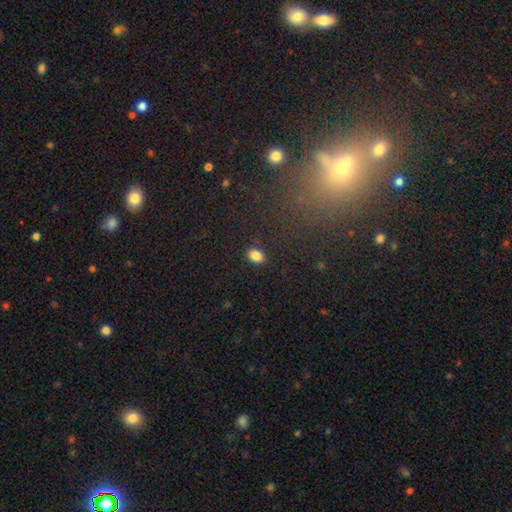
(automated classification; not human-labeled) This appears to be a smooth galaxy with no disk features (85%) that is in between round and cigar-shaped (73%). Merging: none (88%).